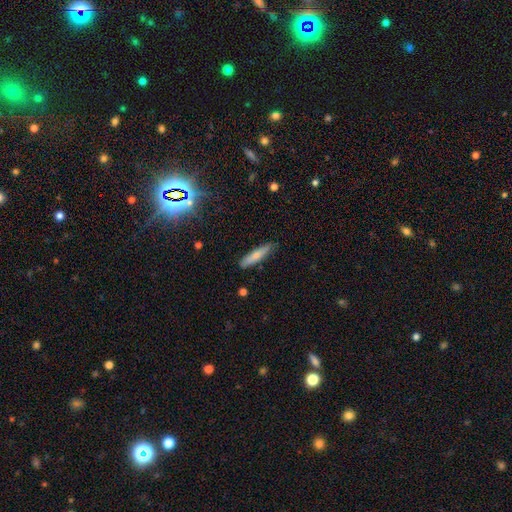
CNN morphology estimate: A smooth galaxy with no disk features (72%) that is cigar-shaped (84%).

Vote fractions:
- Smooth or featured? smooth: 72% / featured or disk: 22% / star or artifact: 6%
- How rounded? cigar-shaped: 84% / in between: 15% / round: 1%
- Merging? none: 85% / minor disturbance: 12% / major disturbance: 2% / merger: 1%